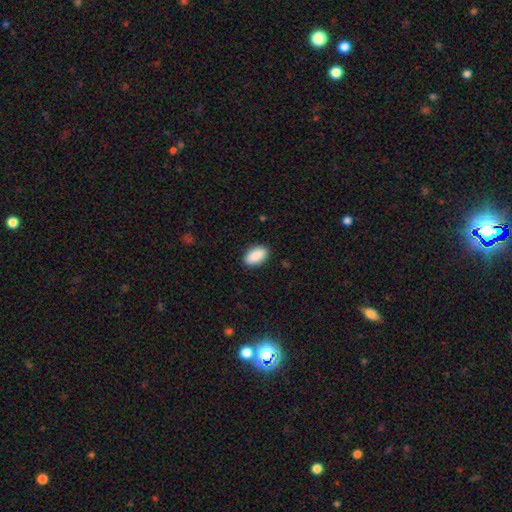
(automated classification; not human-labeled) Overall: smooth (90%). How rounded: in between (94%). Merging: none (89%).